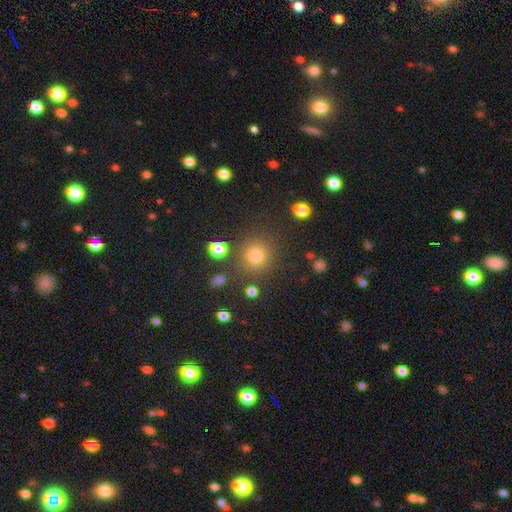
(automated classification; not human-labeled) This appears to be a smooth galaxy with no disk features (77%) that is round (90%). Merging: none (83%).